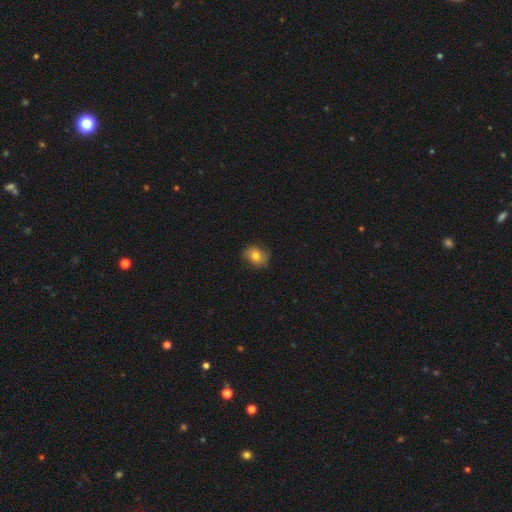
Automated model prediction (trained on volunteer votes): Smooth or featured?
  - smooth: 76% *
  - featured or disk: 14%
  - star or artifact: 10%
How rounded?
  - round: 50% *
  - in between: 49%
  - cigar-shaped: 1%
Merging?
  - none: 80% *
  - minor disturbance: 16%
  - major disturbance: 3%
  - merger: 1%